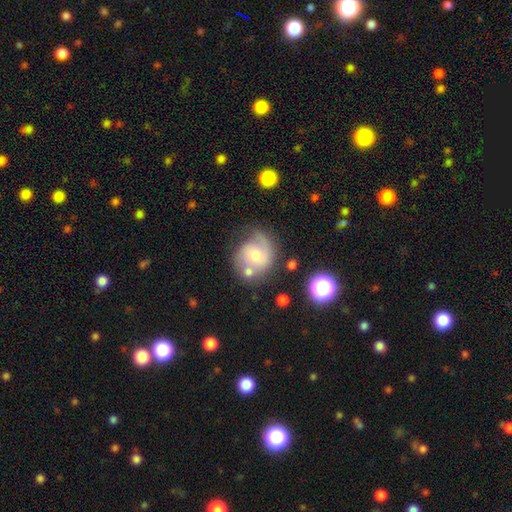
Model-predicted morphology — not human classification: smooth-or-featured: featured or disk: 56% | smooth: 35% | star or artifact: 9%
  disk-edge-on: no: 97% | yes: 3%
    bar: no: 70% | weak: 26% | strong: 4%
    has-spiral-arms: yes: 78% | no: 22%
    bulge-size: moderate: 69% | small: 20% | large: 8% | none: 2% | dominant: 1%
  merging: none: 46% | minor disturbance: 24% | merger: 16% | major disturbance: 14%